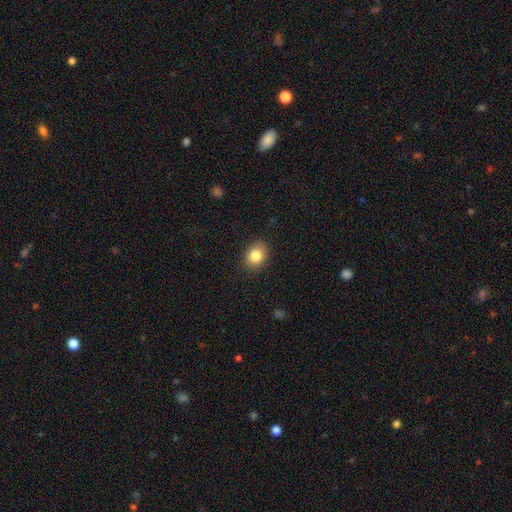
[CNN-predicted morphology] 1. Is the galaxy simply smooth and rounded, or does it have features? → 82% smooth, 9% star or artifact, 8% featured or disk.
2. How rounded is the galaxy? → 53% in between, 46% round, 1% cigar-shaped.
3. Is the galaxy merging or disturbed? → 87% none, 9% minor disturbance, 2% major disturbance, 1% merger.